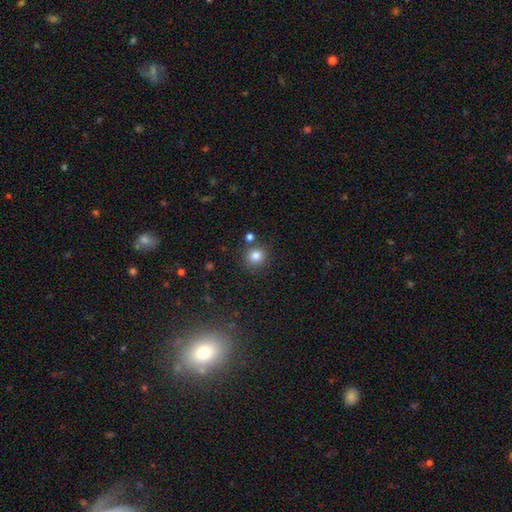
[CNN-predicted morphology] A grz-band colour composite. It shows a smooth galaxy with no disk features (82%) that is round (91%). Merging: none (81%).